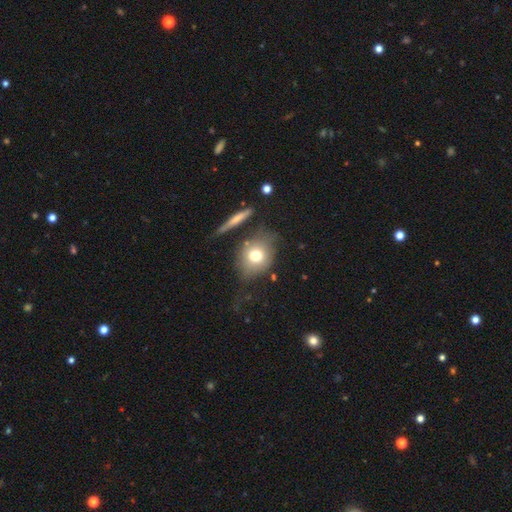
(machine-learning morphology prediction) A smooth galaxy with no disk features (72%) that is round (65%). Merging: none (64%).